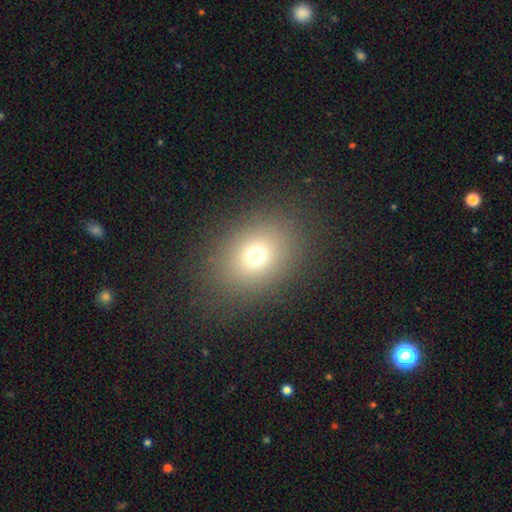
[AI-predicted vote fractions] The model was most divided on "how rounded": round: 50%, in between: 49%, cigar-shaped: 1%. More confident: merging — none (85%); smooth or featured — smooth (71%).